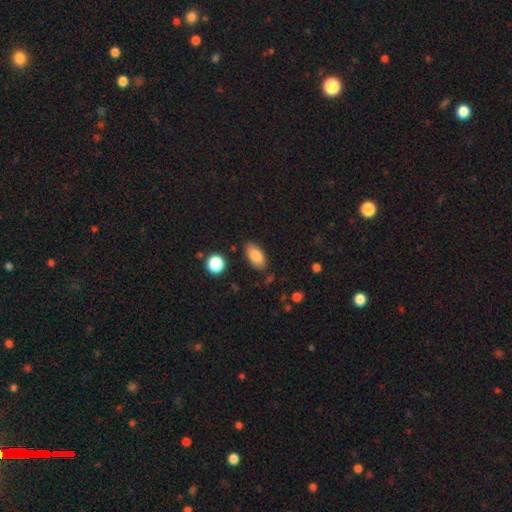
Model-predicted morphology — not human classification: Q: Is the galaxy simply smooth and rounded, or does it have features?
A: smooth — 84%.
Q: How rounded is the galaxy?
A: in between — 91%.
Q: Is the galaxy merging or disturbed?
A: none — 81%.